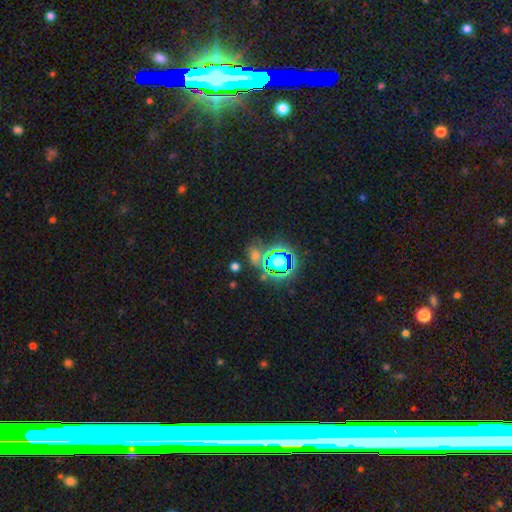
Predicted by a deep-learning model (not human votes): smooth-or-featured: star or artifact: 49% | smooth: 40% | featured or disk: 11%